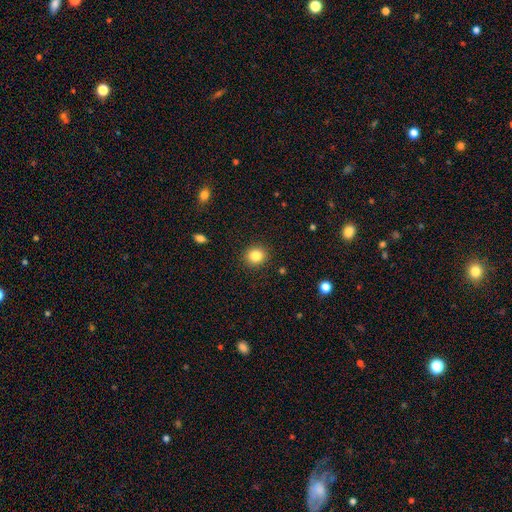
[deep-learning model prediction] Smooth or featured: smooth — 84% (star or artifact — 10%)
How rounded: round — 82% (in between — 17%)
Merging: none — 90% (minor disturbance — 6%)